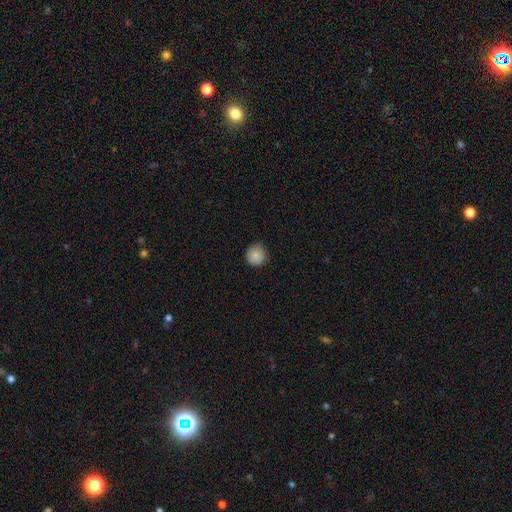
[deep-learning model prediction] Q: Smooth or featured?
A: smooth (85%); runner-up: star or artifact (9%)
Q: How rounded?
A: round (93%); runner-up: in between (6%)
Q: Merging?
A: none (83%); runner-up: minor disturbance (13%)